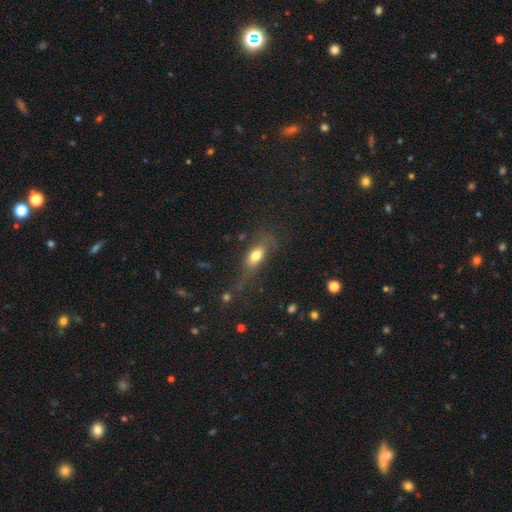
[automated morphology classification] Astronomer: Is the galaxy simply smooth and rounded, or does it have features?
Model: smooth — 69%.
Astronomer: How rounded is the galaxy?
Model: in between — 76%.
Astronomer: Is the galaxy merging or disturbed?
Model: none — 44% (runner-up: major disturbance, 26%).